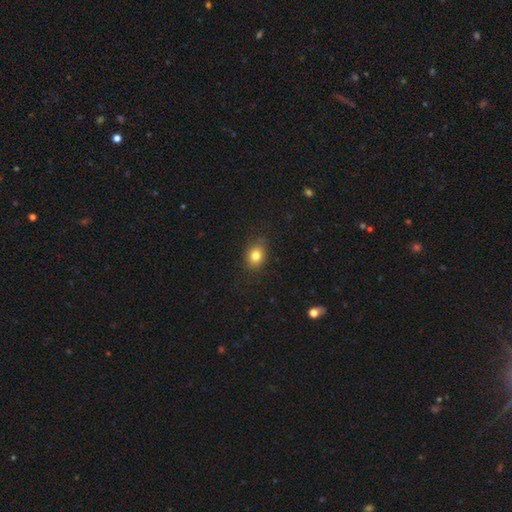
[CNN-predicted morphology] This appears to be a smooth galaxy with no disk features (82%) that is in between round and cigar-shaped (54%). Merging: none (83%).